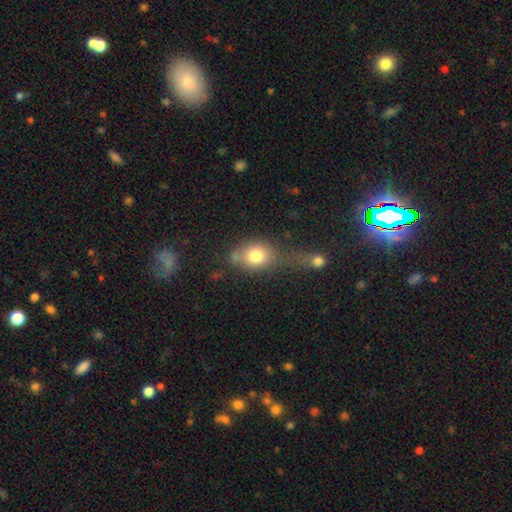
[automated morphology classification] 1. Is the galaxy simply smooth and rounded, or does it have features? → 76% smooth, 14% featured or disk, 10% star or artifact.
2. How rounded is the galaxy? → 52% round, 46% in between, 2% cigar-shaped.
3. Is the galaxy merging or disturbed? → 35% none, 33% merger, 16% minor disturbance, 15% major disturbance.